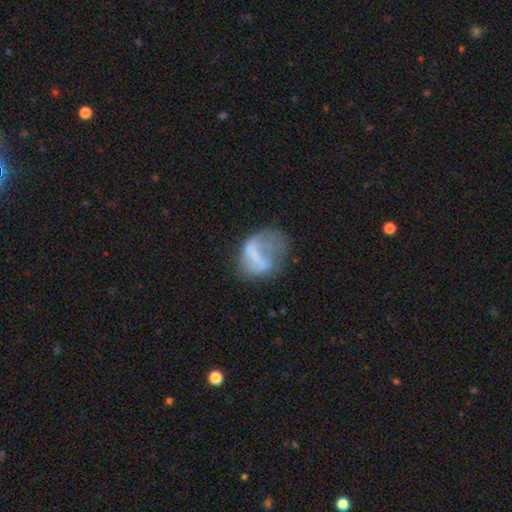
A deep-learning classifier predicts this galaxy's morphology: Smooth or featured: smooth — 49% (featured or disk — 42%)
Merging: major disturbance — 40% (none — 30%)